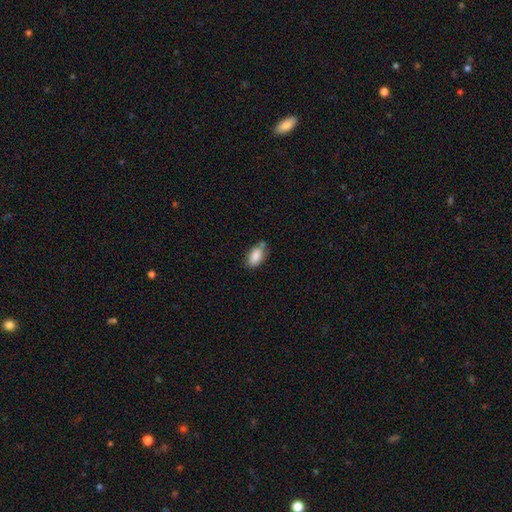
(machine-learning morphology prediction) Smooth or featured: smooth — 87% (star or artifact — 8%)
How rounded: in between — 92% (round — 5%)
Merging: none — 62% (minor disturbance — 24%)